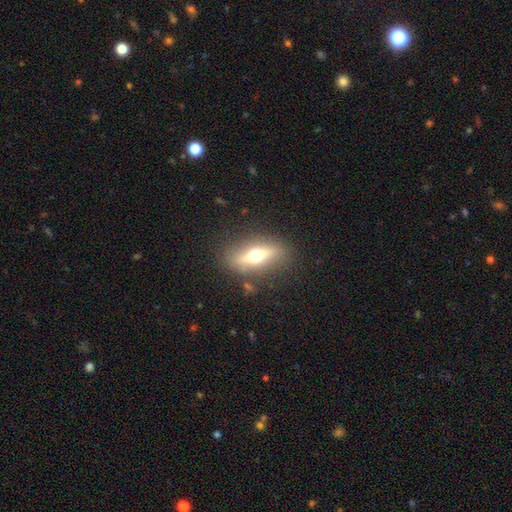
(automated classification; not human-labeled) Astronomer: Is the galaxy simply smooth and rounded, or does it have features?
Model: featured or disk — 57% (runner-up: smooth, 34%).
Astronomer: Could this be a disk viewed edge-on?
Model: yes — 75%.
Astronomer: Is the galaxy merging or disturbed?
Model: none — 85%.